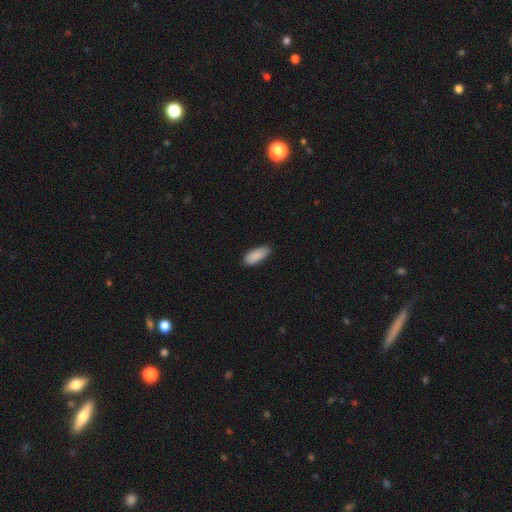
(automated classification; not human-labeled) Q: Smooth or featured?
A: smooth (89%); runner-up: star or artifact (6%)
Q: How rounded?
A: in between (82%); runner-up: cigar-shaped (16%)
Q: Merging?
A: none (81%); runner-up: minor disturbance (15%)